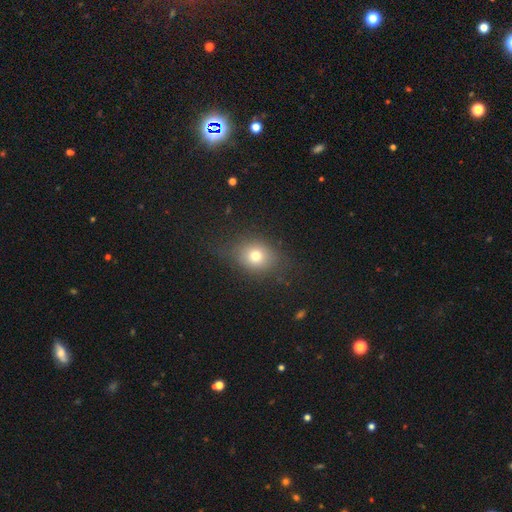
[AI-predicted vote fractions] A smooth galaxy with no disk features (73%) that is round (58%). Merging: none (71%).